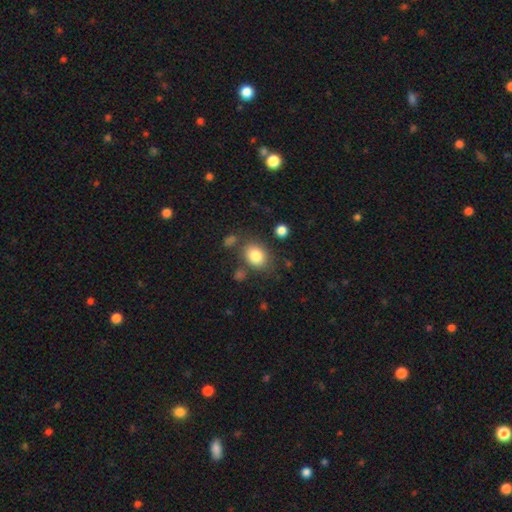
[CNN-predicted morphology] Overall: smooth (83%). How rounded: in between (54%; round 44%). Merging: none (75%).